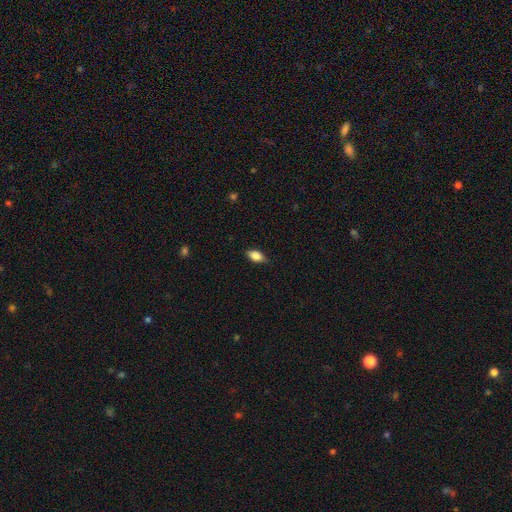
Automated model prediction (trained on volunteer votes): This is clearly a smooth galaxy (83%). How rounded: clearly in between (87%). Merging: clearly none (83%).